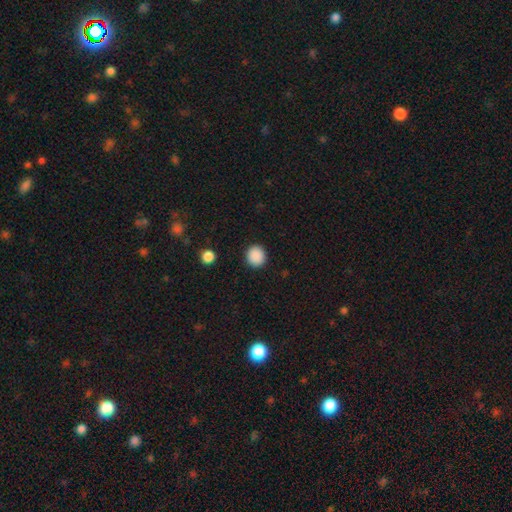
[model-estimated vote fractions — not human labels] Smooth or featured? Predicted: smooth (p=0.89). How rounded? Predicted: round (p=0.90). Merging? Predicted: none (p=0.92).